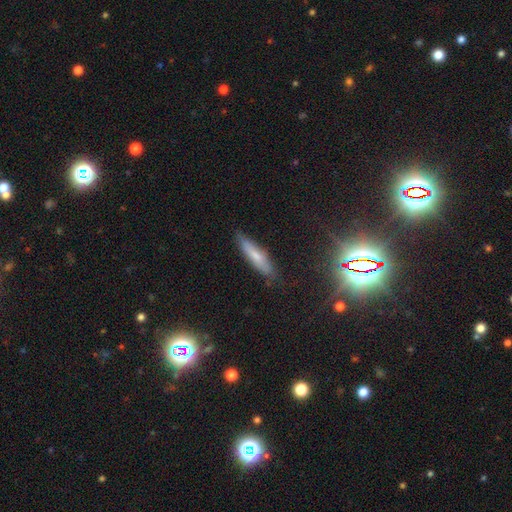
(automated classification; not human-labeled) A smooth galaxy with no disk features (65%) that is cigar-shaped (80%).

Vote fractions:
- Smooth or featured? smooth: 65% / featured or disk: 26% / star or artifact: 9%
- How rounded? cigar-shaped: 80% / in between: 18% / round: 2%
- Merging? none: 80% / minor disturbance: 15% / major disturbance: 3% / merger: 2%